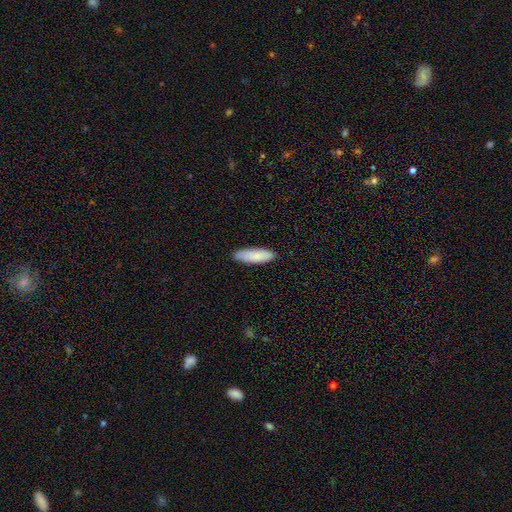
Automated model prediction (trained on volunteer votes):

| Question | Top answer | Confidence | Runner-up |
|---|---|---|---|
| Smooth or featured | smooth | 85% | featured or disk (10%) |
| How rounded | cigar-shaped | 52% | in between (46%) |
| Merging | none | 86% | minor disturbance (11%) |